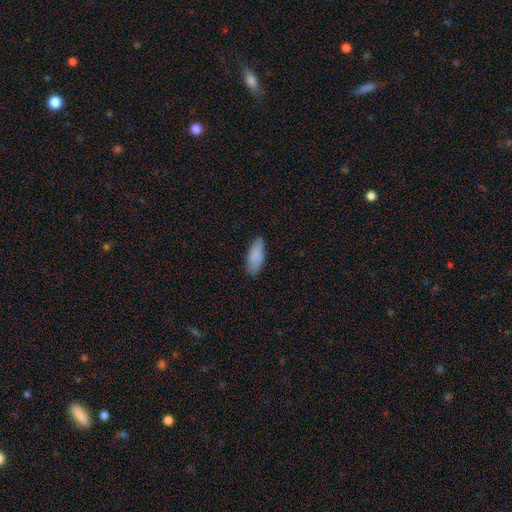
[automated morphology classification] Overall: smooth (88%). How rounded: in between (83%). Merging: none (79%).